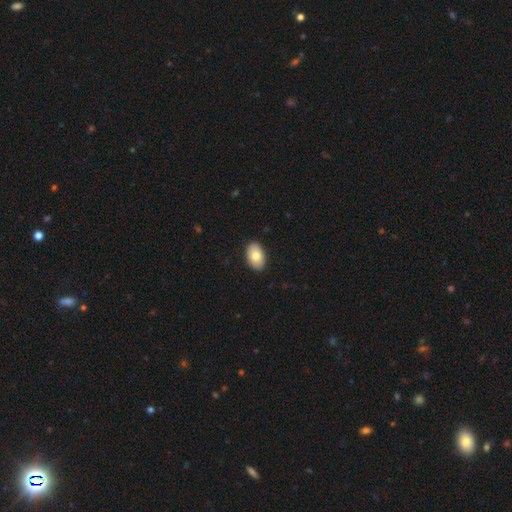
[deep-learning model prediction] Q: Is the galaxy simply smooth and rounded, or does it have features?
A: smooth — 79%.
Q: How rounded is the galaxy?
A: in between — 92%.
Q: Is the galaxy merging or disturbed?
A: none — 90%.